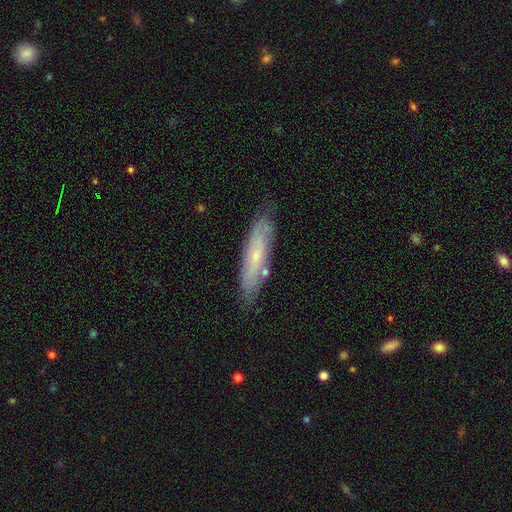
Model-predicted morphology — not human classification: This is possibly a featured or disk galaxy (52%). It is possibly not viewed edge-on (53%). Merging: likely none (78%).